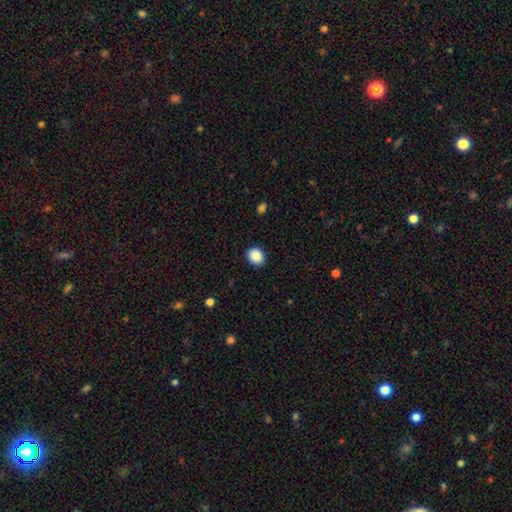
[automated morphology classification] Overall: smooth (89%). How rounded: round (60%; in between 39%). Merging: none (90%).